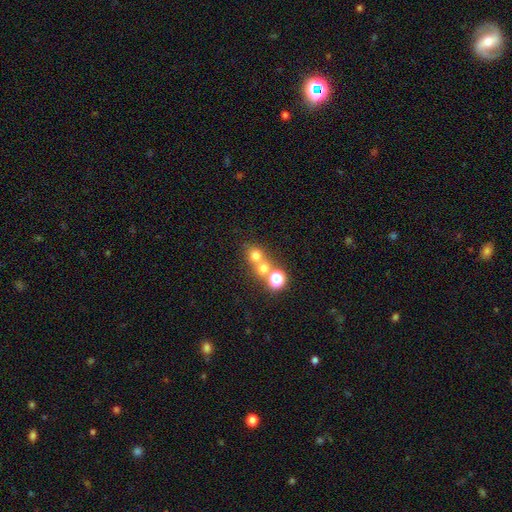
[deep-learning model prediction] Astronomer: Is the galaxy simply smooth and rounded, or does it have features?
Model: smooth — 65%.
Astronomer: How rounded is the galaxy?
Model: round — 81%.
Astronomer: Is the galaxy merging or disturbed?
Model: merger — 46% (runner-up: none, 44%).